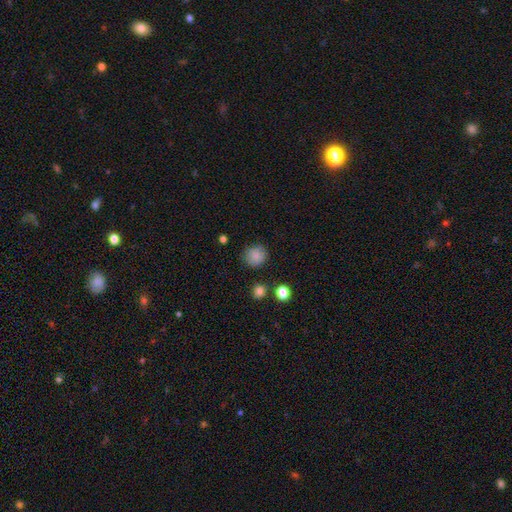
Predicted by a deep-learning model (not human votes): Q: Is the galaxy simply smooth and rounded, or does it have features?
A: smooth — 85%.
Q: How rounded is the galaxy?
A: round — 87%.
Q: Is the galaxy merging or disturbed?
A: none — 83%.